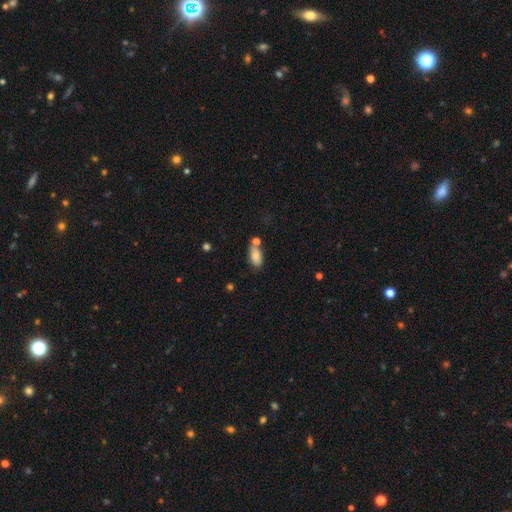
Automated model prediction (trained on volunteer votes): Overall: smooth (78%). How rounded: in between (90%). Merging: none (57%; merger 21%).